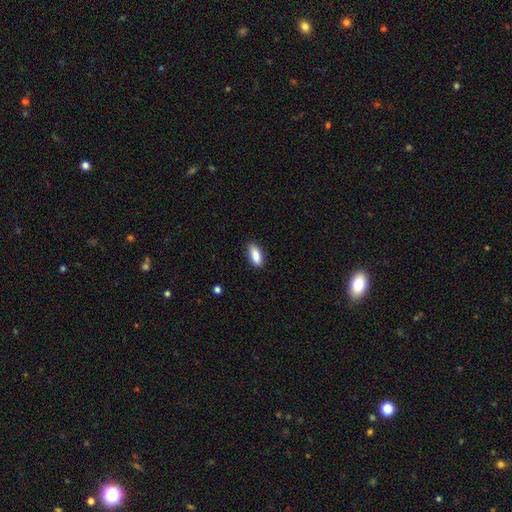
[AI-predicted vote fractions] This appears to be a smooth galaxy with no disk features (88%) that is in between round and cigar-shaped (81%). Merging: none (83%).